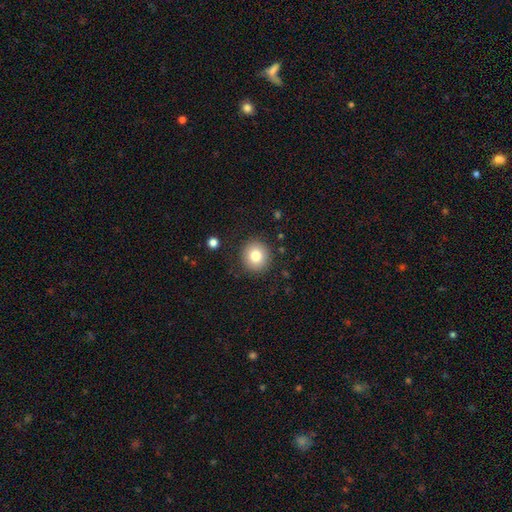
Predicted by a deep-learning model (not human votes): Smooth or featured: smooth — 81% (star or artifact — 10%)
How rounded: round — 90% (in between — 9%)
Merging: none — 89% (minor disturbance — 7%)